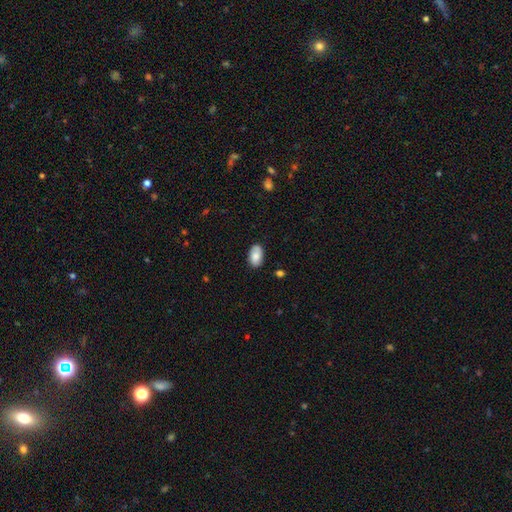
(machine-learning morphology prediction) A smooth galaxy with no disk features (81%) that is in between round and cigar-shaped (94%).

Vote fractions:
- Smooth or featured? smooth: 81% / featured or disk: 12% / star or artifact: 7%
- How rounded? in between: 94% / round: 5% / cigar-shaped: 1%
- Merging? none: 81% / minor disturbance: 15% / major disturbance: 3% / merger: 2%